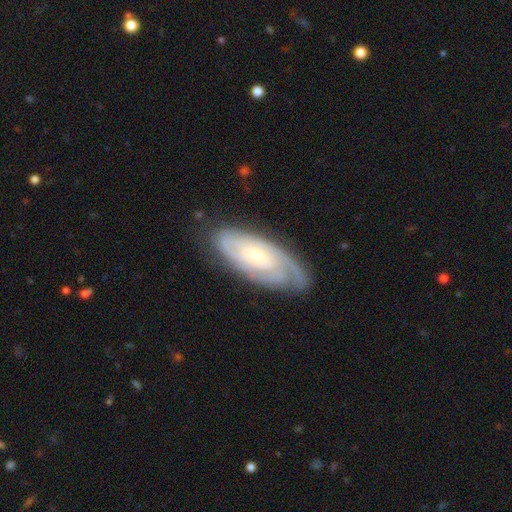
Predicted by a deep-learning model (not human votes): Smooth or featured?
  - featured or disk: 80% *
  - smooth: 15%
  - star or artifact: 5%
Edge-on disk?
  - no: 92% *
  - yes: 8%
Bar?
  - no: 68% *
  - weak: 26%
  - strong: 6%
Spiral arms?
  - yes: 95% *
  - no: 5%
Spiral winding?
  - tight: 70% *
  - medium: 24%
  - loose: 5%
Spiral arm count?
  - can't tell: 36% *
  - 2: 30%
  - 3: 18%
  - 4: 7%
  - 1: 5%
  - more than 4: 4%
Bulge size?
  - small: 68% *
  - moderate: 28%
  - large: 2%
  - none: 2%
  - dominant: 1%
Merging?
  - none: 75% *
  - minor disturbance: 18%
  - major disturbance: 5%
  - merger: 1%